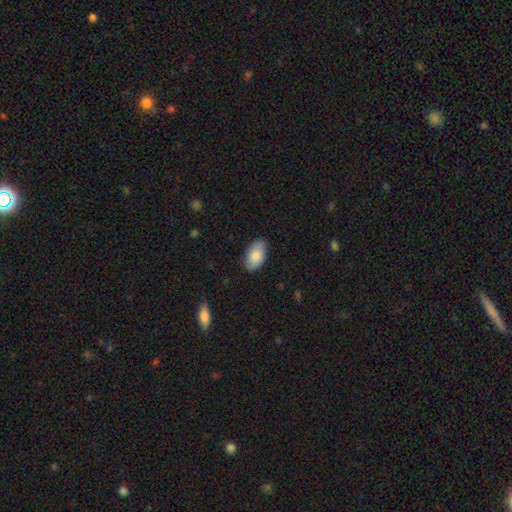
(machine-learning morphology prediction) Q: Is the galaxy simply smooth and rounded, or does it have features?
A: smooth — 86%.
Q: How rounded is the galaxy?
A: in between — 95%.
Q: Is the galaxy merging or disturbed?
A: none — 83%.